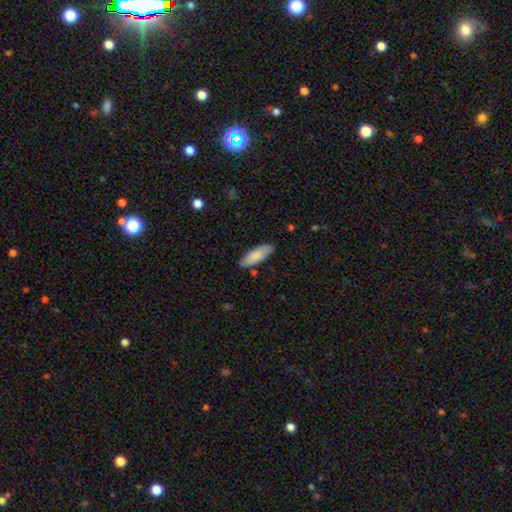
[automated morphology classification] This is clearly a smooth galaxy (83%). How rounded: likely in between (67%). Merging: clearly none (84%).